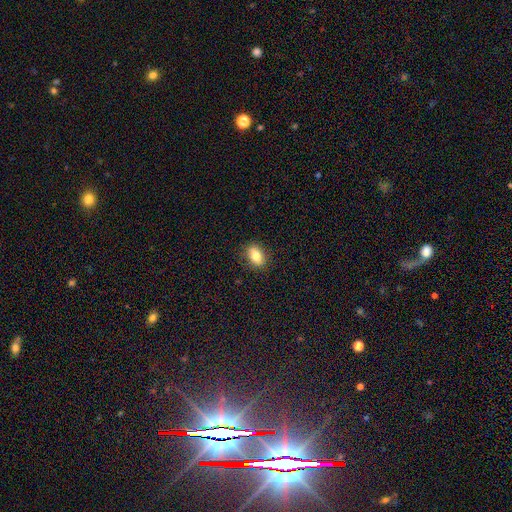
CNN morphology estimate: Overall: smooth (77%). How rounded: in between (82%). Merging: none (86%).